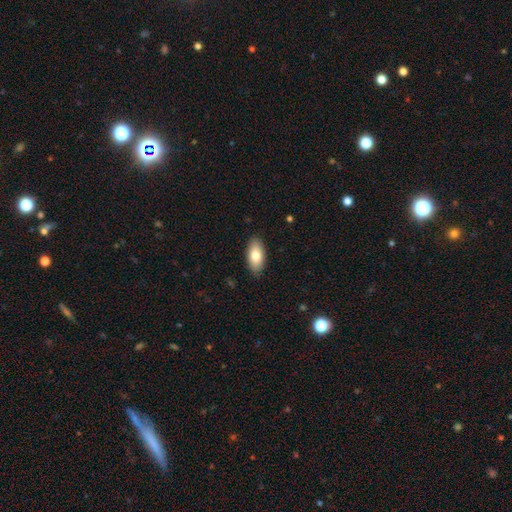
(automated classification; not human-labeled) Q: Smooth or featured?
A: smooth (79%); runner-up: featured or disk (15%)
Q: How rounded?
A: in between (90%); runner-up: cigar-shaped (7%)
Q: Merging?
A: none (88%); runner-up: minor disturbance (9%)